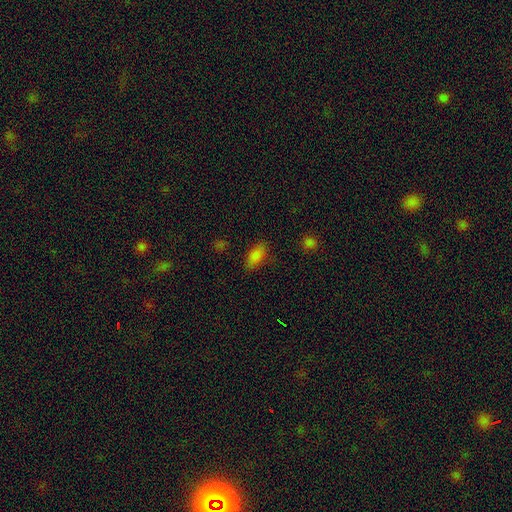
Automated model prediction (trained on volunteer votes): Q: Smooth or featured?
A: smooth (84%); runner-up: star or artifact (11%)
Q: How rounded?
A: in between (90%); runner-up: cigar-shaped (7%)
Q: Merging?
A: none (82%); runner-up: minor disturbance (13%)